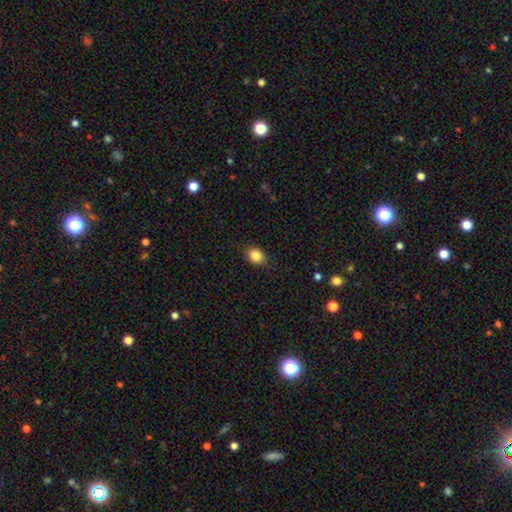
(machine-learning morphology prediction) smooth 85%, star or artifact 9%, featured or disk 5%. Down the decision tree: how rounded — in between (63%); merging — none (86%).